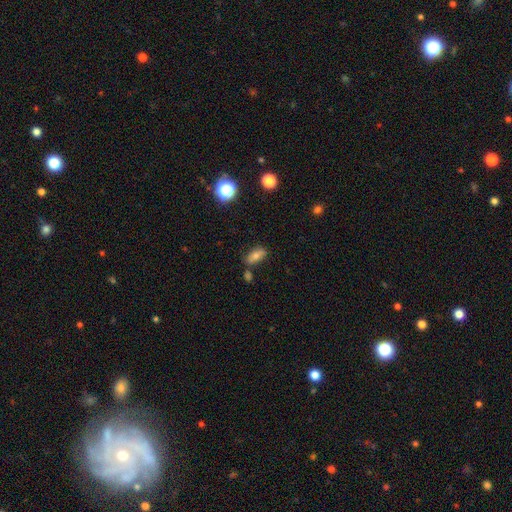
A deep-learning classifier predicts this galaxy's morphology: smooth-or-featured: smooth: 71% | featured or disk: 16% | star or artifact: 12%
  how-rounded: in between: 83% | cigar-shaped: 10% | round: 7%
  merging: none: 72% | minor disturbance: 15% | merger: 9% | major disturbance: 4%